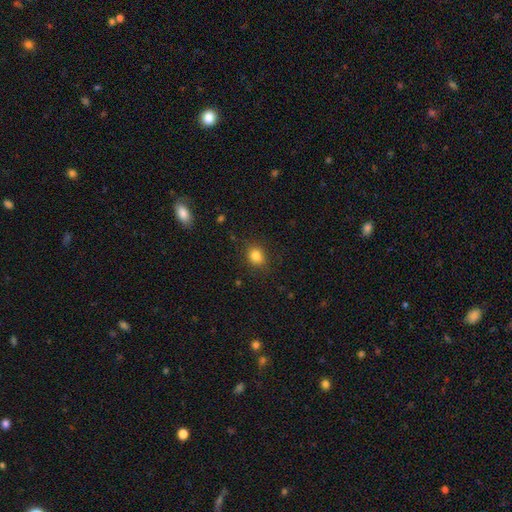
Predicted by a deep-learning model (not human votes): Overall: smooth (83%). How rounded: round (60%; in between 39%). Merging: none (83%).